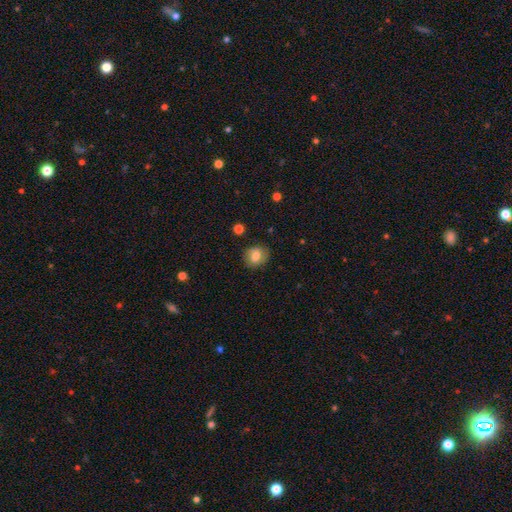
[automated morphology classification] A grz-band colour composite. It shows a smooth galaxy with no disk features (77%) that is round (68%). Merging: none (82%).